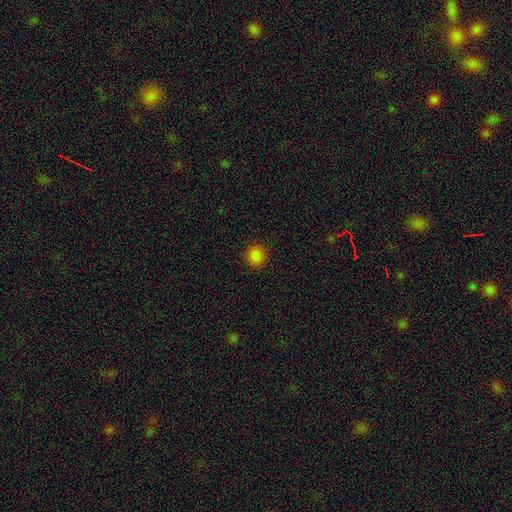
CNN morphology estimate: type=smooth (84%); roundness=round (90%); merging=none (91%).